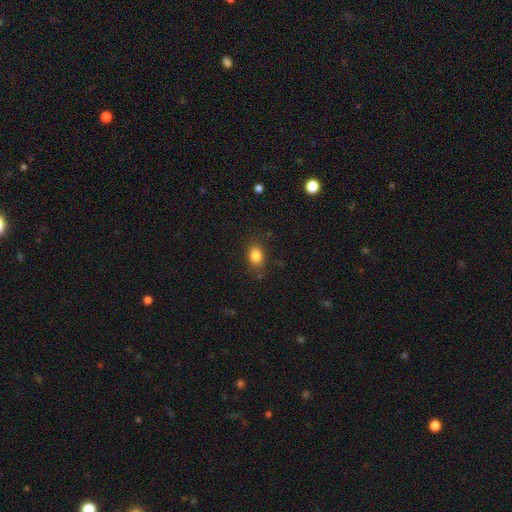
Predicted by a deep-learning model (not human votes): This appears to be a smooth galaxy with no disk features (85%) that is in between round and cigar-shaped (72%). Merging: none (81%).